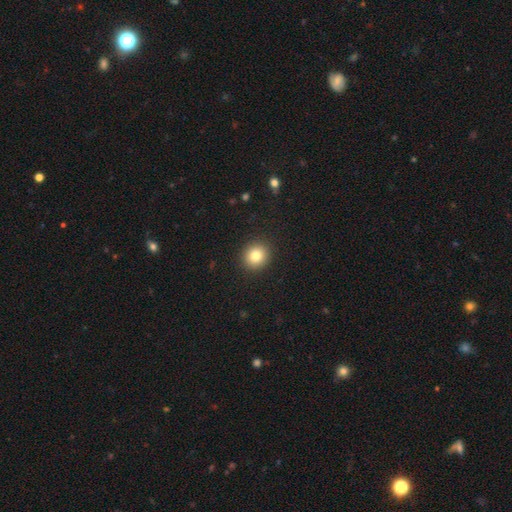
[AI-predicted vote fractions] A smooth galaxy with no disk features (82%) that is round (84%). Merging: none (91%).